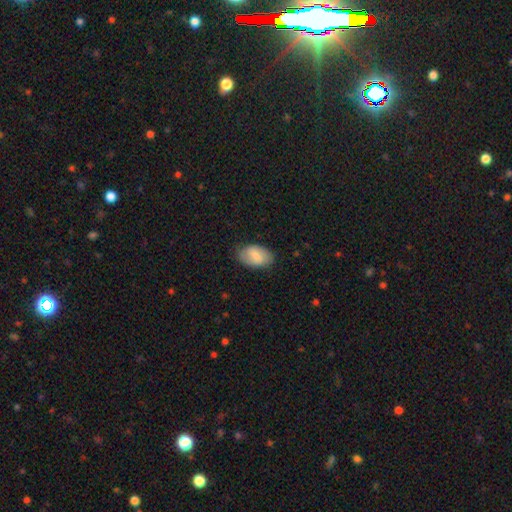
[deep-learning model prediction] Smooth or featured: smooth — 72% (featured or disk — 22%)
How rounded: in between — 92% (round — 7%)
Merging: none — 79% (minor disturbance — 16%)